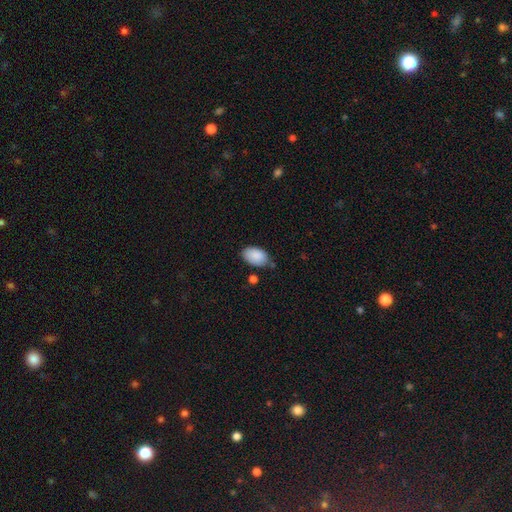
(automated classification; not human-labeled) Smooth or featured? Predicted: smooth (p=0.89). How rounded? Predicted: in between (p=0.93). Merging? Predicted: none (p=0.70).